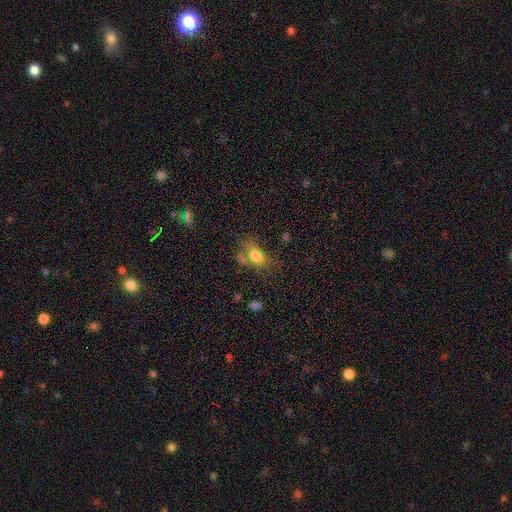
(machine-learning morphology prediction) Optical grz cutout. It shows a smooth galaxy with no disk features (71%) that is in between round and cigar-shaped (85%). Merging: none (43%).